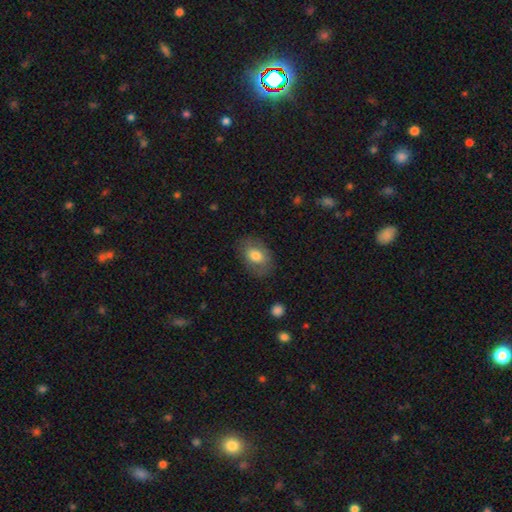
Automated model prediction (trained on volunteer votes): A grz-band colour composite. It shows a smooth galaxy with no disk features (71%) that is in between round and cigar-shaped (79%). Merging: none (75%).